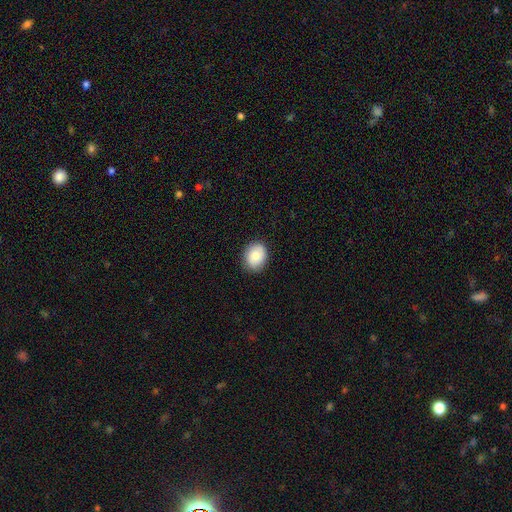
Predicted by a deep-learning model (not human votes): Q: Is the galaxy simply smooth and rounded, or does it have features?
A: smooth — 80%.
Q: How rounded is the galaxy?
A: round — 52%.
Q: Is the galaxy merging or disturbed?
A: none — 86%.